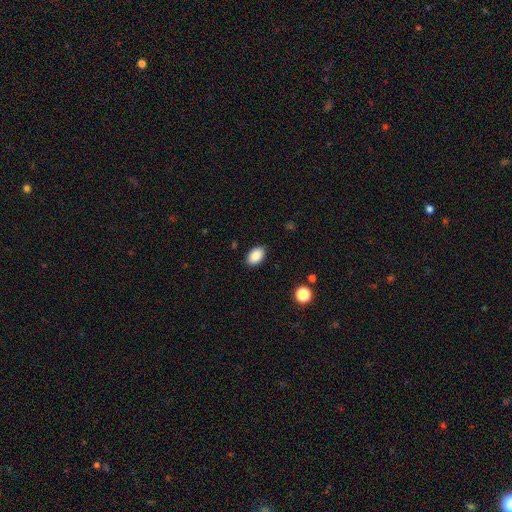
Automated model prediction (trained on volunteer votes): This is clearly a smooth galaxy (87%). How rounded: clearly in between (90%). Merging: clearly none (87%).